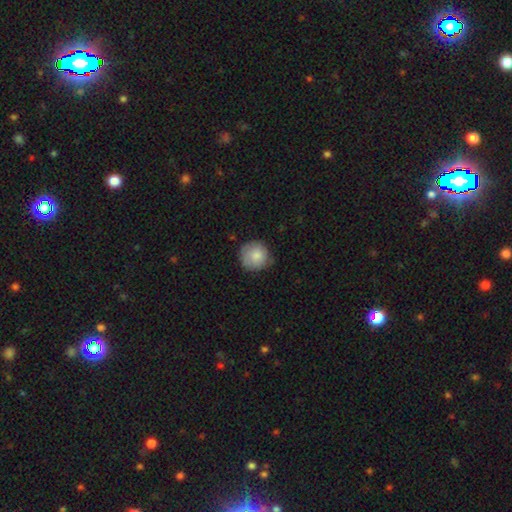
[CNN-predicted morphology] A smooth galaxy with no disk features (82%) that is round (92%).

Vote fractions:
- Smooth or featured? smooth: 82% / featured or disk: 11% / star or artifact: 7%
- How rounded? round: 92% / in between: 7% / cigar-shaped: 1%
- Merging? none: 70% / minor disturbance: 24% / major disturbance: 4% / merger: 1%